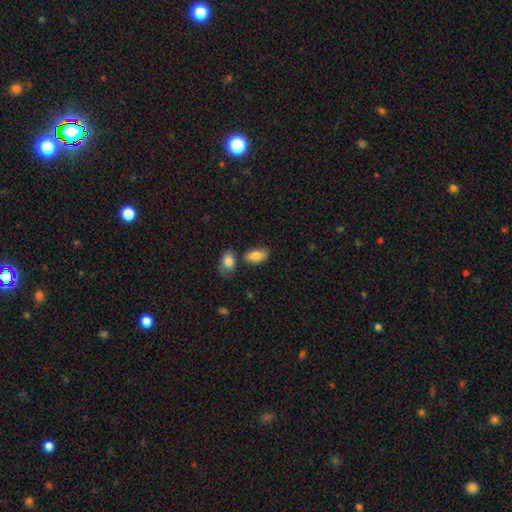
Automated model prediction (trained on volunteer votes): Smooth or featured?
  - smooth: 79% *
  - featured or disk: 14%
  - star or artifact: 7%
How rounded?
  - in between: 90% *
  - round: 6%
  - cigar-shaped: 5%
Merging?
  - none: 70% *
  - minor disturbance: 15%
  - merger: 12%
  - major disturbance: 4%